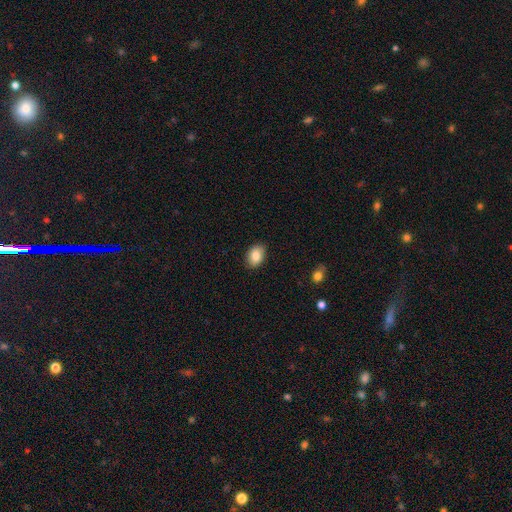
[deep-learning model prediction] Q: Smooth or featured?
A: smooth (85%); runner-up: star or artifact (8%)
Q: How rounded?
A: in between (76%); runner-up: round (23%)
Q: Merging?
A: none (89%); runner-up: minor disturbance (8%)